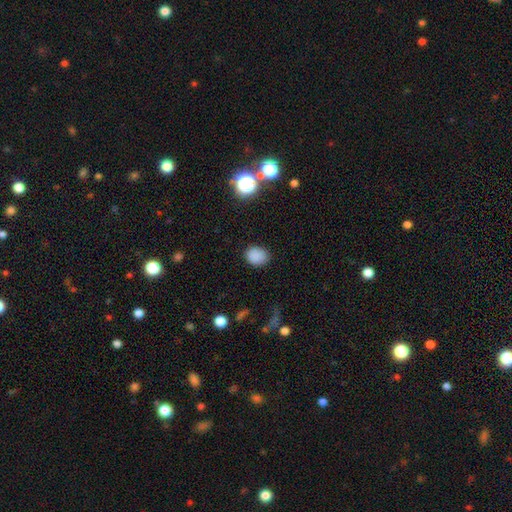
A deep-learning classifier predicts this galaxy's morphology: Smooth or featured? Predicted: smooth (p=0.83). How rounded? Predicted: in between (p=0.54). Merging? Predicted: none (p=0.83).